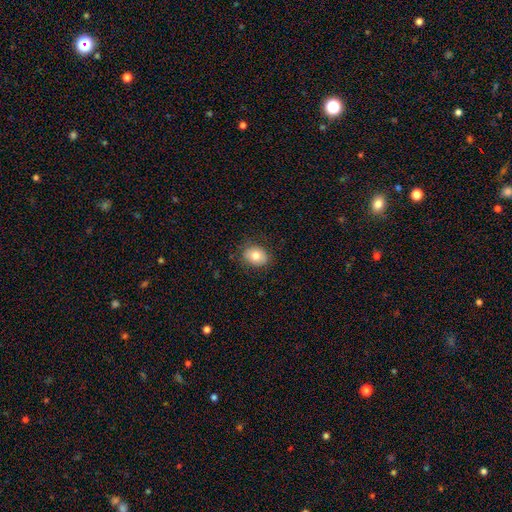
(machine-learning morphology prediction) smooth-or-featured: smooth: 79% | featured or disk: 13% | star or artifact: 9%
  how-rounded: in between: 59% | round: 40% | cigar-shaped: 1%
  merging: none: 83% | minor disturbance: 13% | major disturbance: 3% | merger: 1%